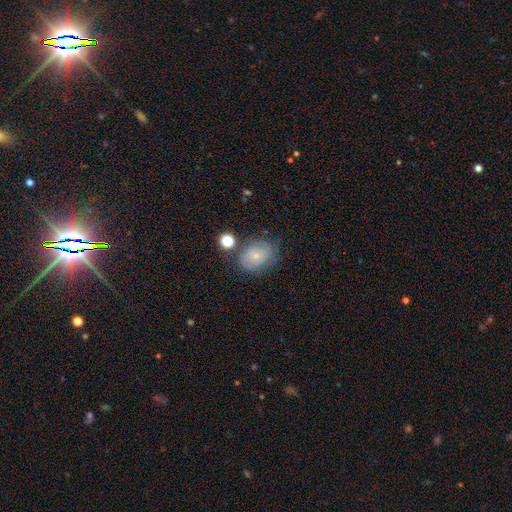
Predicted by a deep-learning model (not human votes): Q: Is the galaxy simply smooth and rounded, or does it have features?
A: smooth — 52%.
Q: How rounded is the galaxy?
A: in between — 57%.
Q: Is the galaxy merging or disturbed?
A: none — 65%.